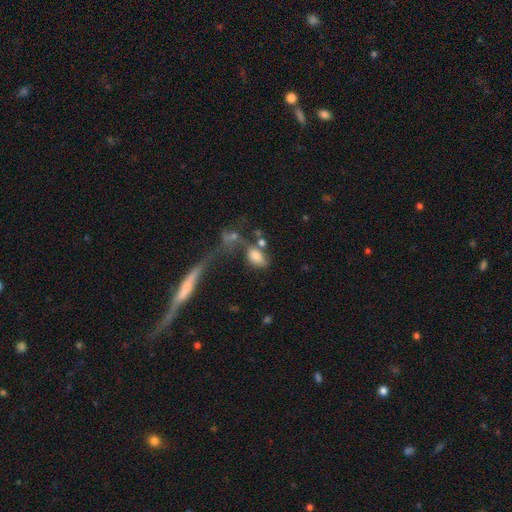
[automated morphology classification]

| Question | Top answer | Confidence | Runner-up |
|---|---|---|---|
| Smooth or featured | smooth | 76% | featured or disk (14%) |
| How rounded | in between | 89% | round (7%) |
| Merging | none | 39% | merger (32%) |